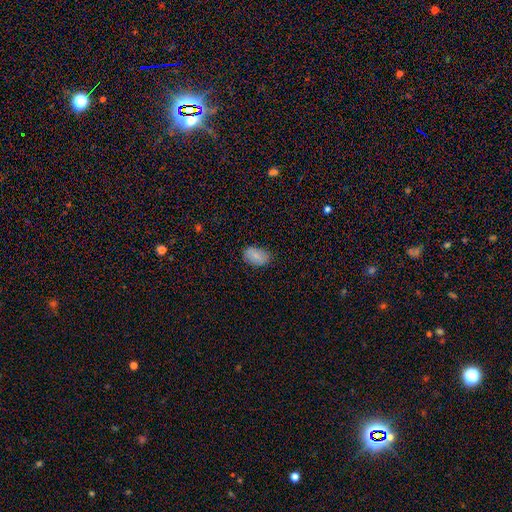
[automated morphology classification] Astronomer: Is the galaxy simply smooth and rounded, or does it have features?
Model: smooth — 81%.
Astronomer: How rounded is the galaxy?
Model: in between — 90%.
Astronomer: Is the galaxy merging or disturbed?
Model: none — 81%.